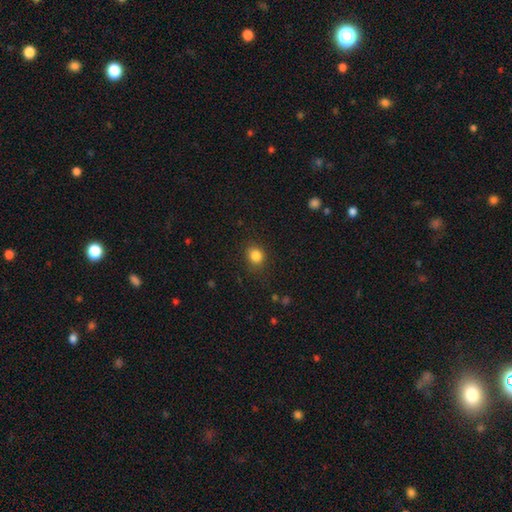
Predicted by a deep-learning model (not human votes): smooth 84%, star or artifact 11%, featured or disk 5%. Down the decision tree: how rounded — round (75%); merging — none (85%).